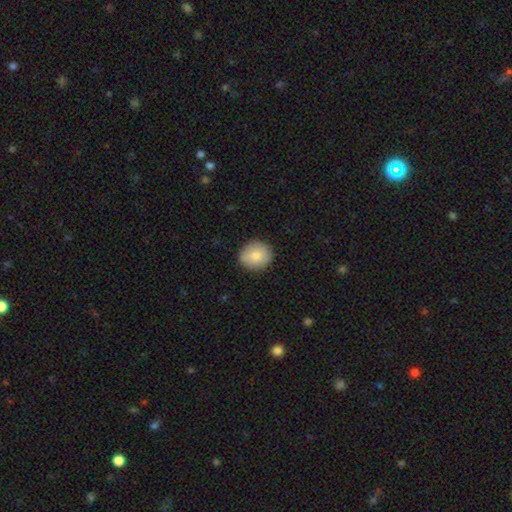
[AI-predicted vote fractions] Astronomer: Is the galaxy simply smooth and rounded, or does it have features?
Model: smooth — 83%.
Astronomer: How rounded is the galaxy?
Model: round — 86%.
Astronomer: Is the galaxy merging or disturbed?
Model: none — 88%.